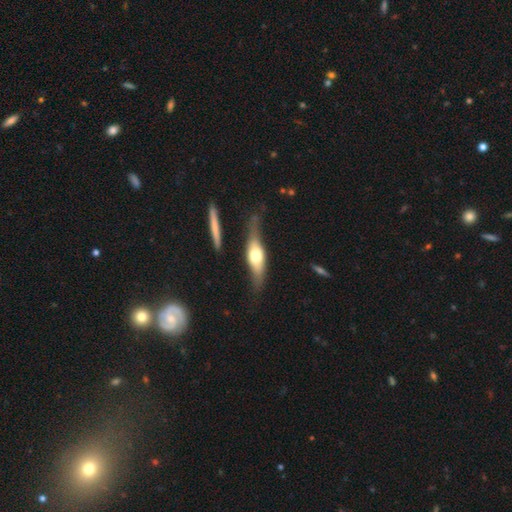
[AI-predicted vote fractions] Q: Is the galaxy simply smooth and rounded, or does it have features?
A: featured or disk — 54%.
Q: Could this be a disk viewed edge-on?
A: yes — 82%.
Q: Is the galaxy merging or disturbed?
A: none — 66%.